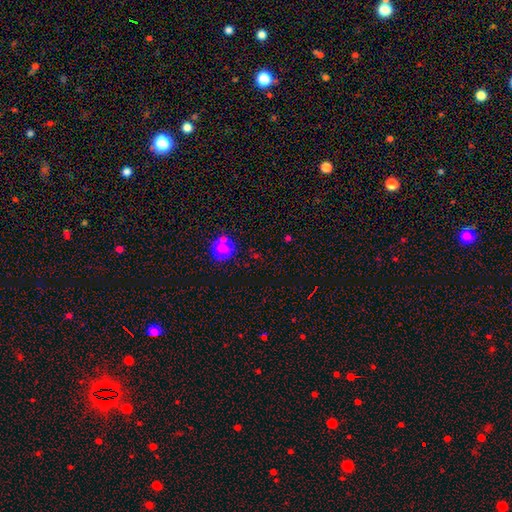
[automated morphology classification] Smooth or featured? smooth (58%)
How rounded? round (85%)
Merging? none (78%)